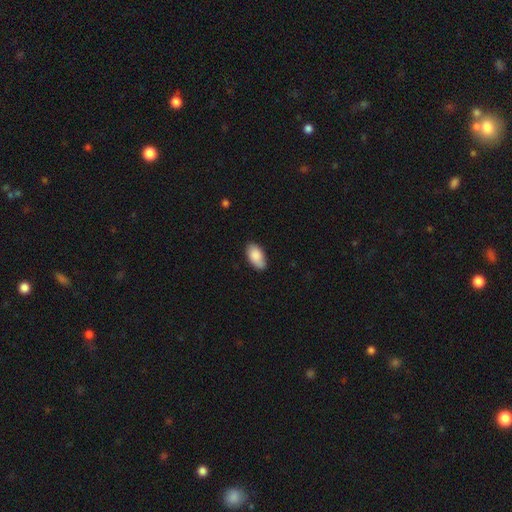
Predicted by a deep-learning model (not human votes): This is clearly a smooth galaxy (87%). How rounded: clearly in between (95%). Merging: likely none (78%).